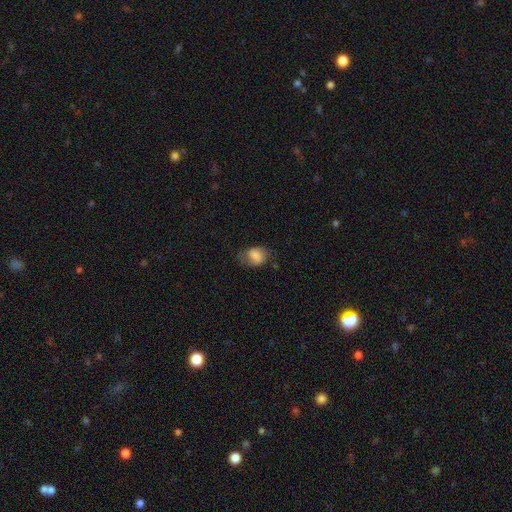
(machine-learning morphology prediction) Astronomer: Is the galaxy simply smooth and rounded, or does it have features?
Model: smooth — 73%.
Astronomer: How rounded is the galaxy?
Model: in between — 70%.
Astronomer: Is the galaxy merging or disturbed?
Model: none — 52% (runner-up: minor disturbance, 30%).